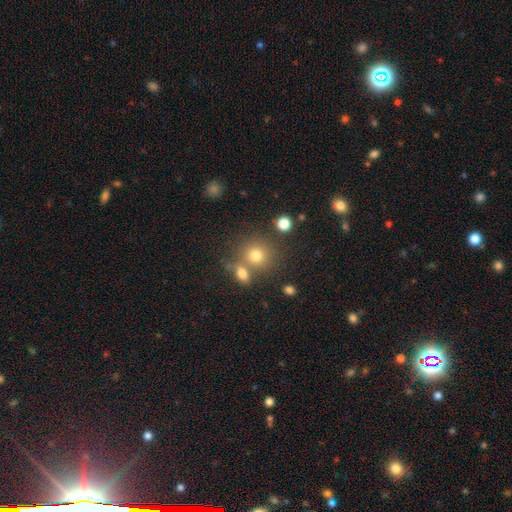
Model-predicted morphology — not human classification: type=smooth (74%); roundness=round (84%); merging=none (62%).